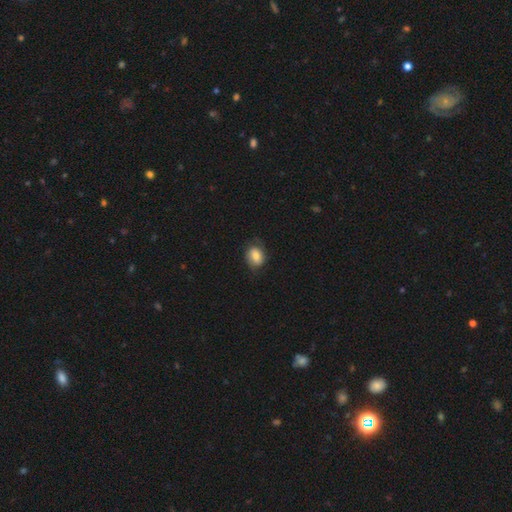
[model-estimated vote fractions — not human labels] Smooth or featured?
  - smooth: 72% *
  - featured or disk: 20%
  - star or artifact: 8%
How rounded?
  - in between: 54% *
  - round: 45%
  - cigar-shaped: 1%
Merging?
  - none: 69% *
  - minor disturbance: 23%
  - major disturbance: 8%
  - merger: 1%